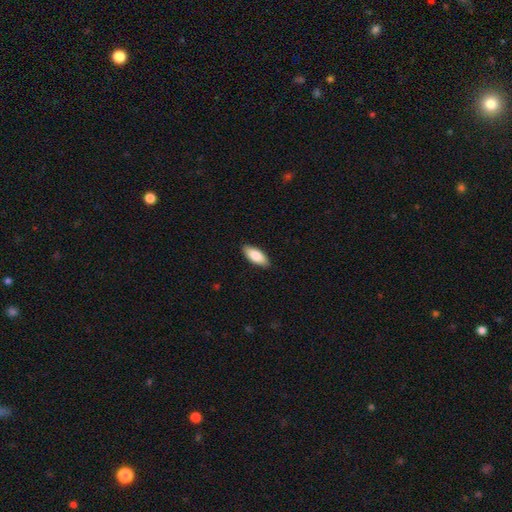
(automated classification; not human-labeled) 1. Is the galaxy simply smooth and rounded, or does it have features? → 84% smooth, 11% featured or disk, 5% star or artifact.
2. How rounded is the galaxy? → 83% in between, 15% cigar-shaped, 2% round.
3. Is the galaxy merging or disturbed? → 89% none, 9% minor disturbance, 2% major disturbance, 1% merger.